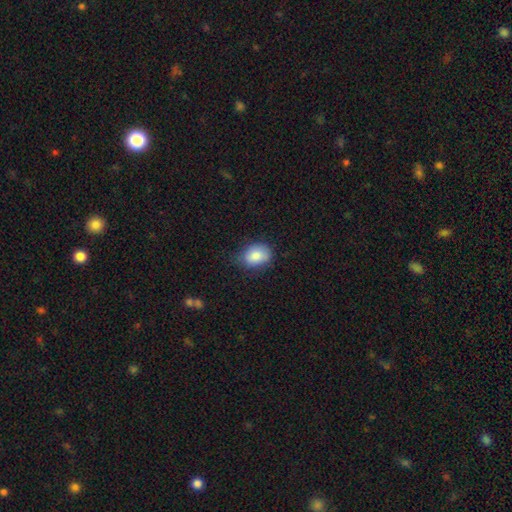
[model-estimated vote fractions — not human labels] A smooth galaxy with no disk features (84%) that is in between round and cigar-shaped (74%).

Vote fractions:
- Smooth or featured? smooth: 84% / featured or disk: 9% / star or artifact: 7%
- How rounded? in between: 74% / round: 25% / cigar-shaped: 1%
- Merging? none: 67% / minor disturbance: 26% / major disturbance: 5% / merger: 1%